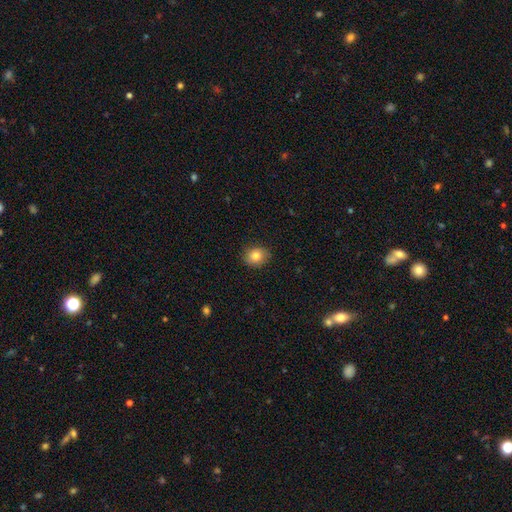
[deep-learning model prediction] The model was most divided on "how rounded": round: 60%, in between: 39%, cigar-shaped: 1%. More confident: merging — none (87%); smooth or featured — smooth (83%).